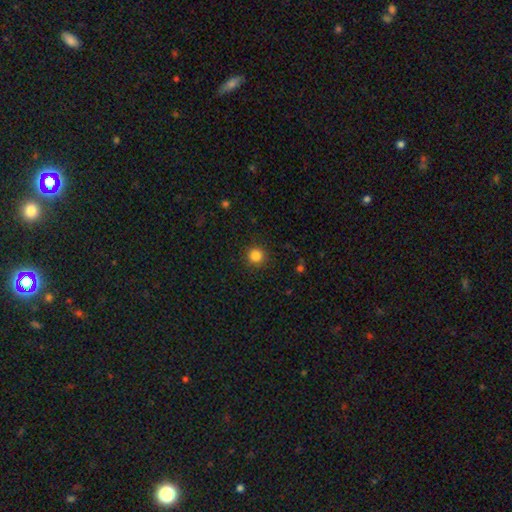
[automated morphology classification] A smooth galaxy with no disk features (84%) that is round (94%). Merging: none (91%).